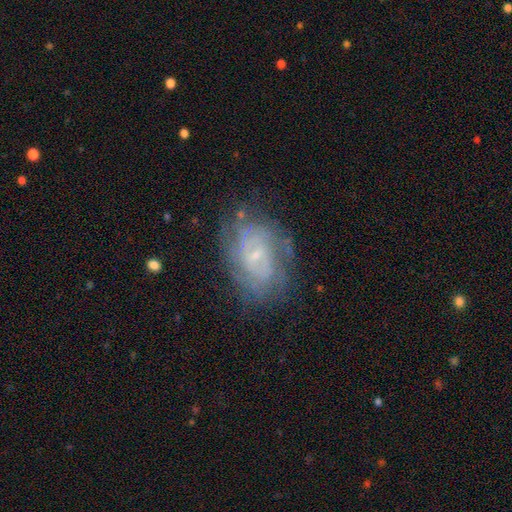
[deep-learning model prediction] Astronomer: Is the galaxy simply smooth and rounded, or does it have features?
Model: featured or disk — 73%.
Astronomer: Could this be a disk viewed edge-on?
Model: no — 97%.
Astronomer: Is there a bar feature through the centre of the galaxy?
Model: no — 47% (runner-up: weak, 43%).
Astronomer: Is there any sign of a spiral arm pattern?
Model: yes — 83%.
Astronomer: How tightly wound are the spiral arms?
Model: tight — 57% (runner-up: medium, 32%).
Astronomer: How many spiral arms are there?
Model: can't tell — 50%.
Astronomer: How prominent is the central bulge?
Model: small — 75%.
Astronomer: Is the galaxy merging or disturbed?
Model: none — 70%.